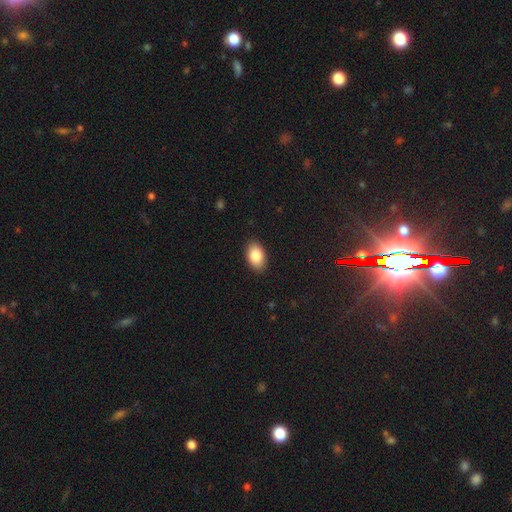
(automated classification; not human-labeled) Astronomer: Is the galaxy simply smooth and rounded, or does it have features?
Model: smooth — 85%.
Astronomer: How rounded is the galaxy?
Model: in between — 92%.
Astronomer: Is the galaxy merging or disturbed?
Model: none — 89%.